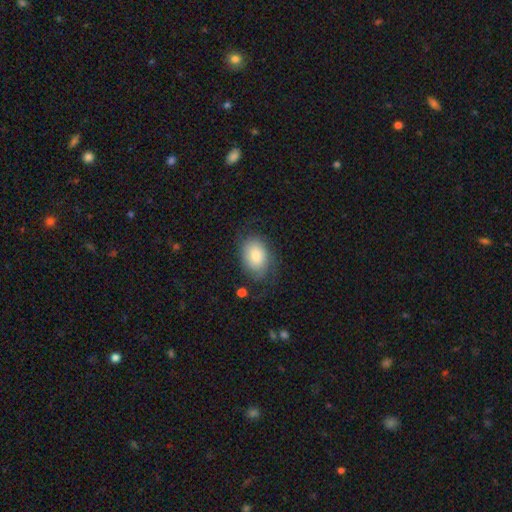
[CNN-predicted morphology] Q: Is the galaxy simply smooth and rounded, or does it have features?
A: smooth — 70%.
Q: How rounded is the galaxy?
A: in between — 80%.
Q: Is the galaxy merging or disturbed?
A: none — 60%.